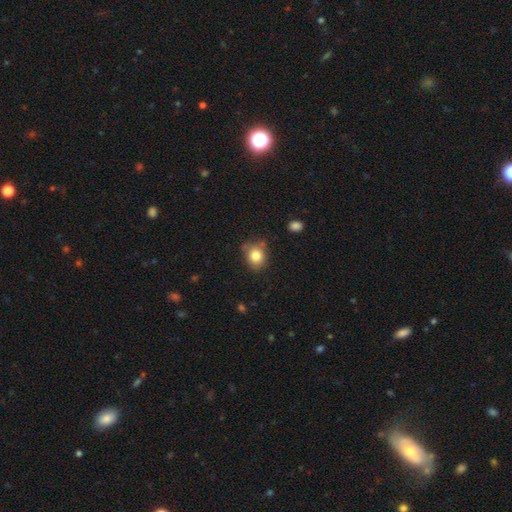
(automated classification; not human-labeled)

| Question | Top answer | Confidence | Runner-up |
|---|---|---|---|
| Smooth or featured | smooth | 81% | star or artifact (10%) |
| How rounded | round | 61% | in between (38%) |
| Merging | none | 68% | minor disturbance (22%) |